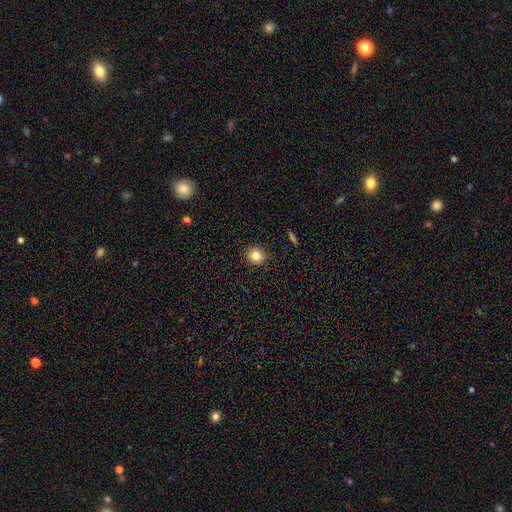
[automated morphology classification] Smooth or featured: smooth — 81% (star or artifact — 12%)
How rounded: round — 86% (in between — 13%)
Merging: none — 91% (minor disturbance — 6%)